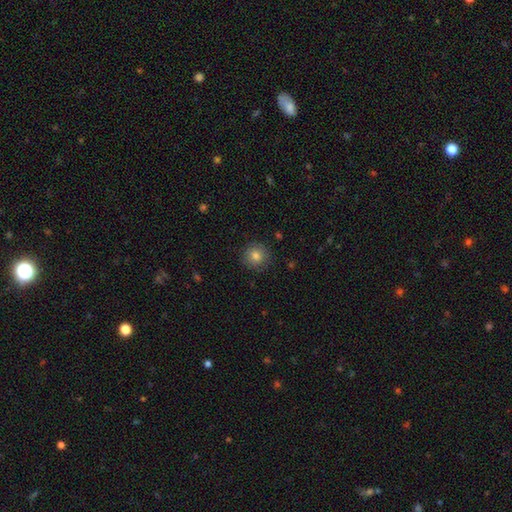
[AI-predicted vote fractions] Overall: smooth (81%). How rounded: round (93%). Merging: none (89%).